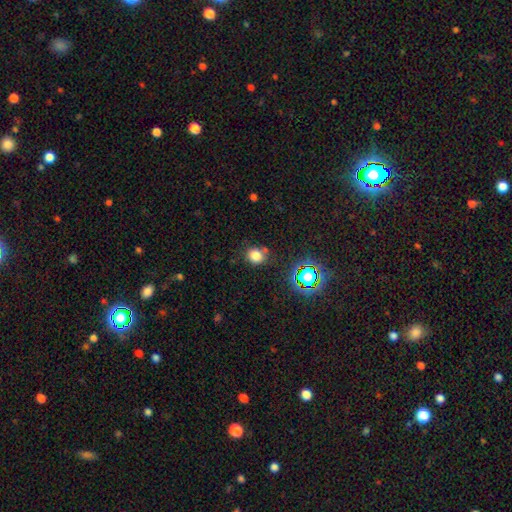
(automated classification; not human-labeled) smooth-or-featured: smooth: 77% | star or artifact: 17% | featured or disk: 6%
  how-rounded: round: 74% | in between: 25% | cigar-shaped: 1%
  merging: none: 74% | minor disturbance: 15% | merger: 7% | major disturbance: 4%